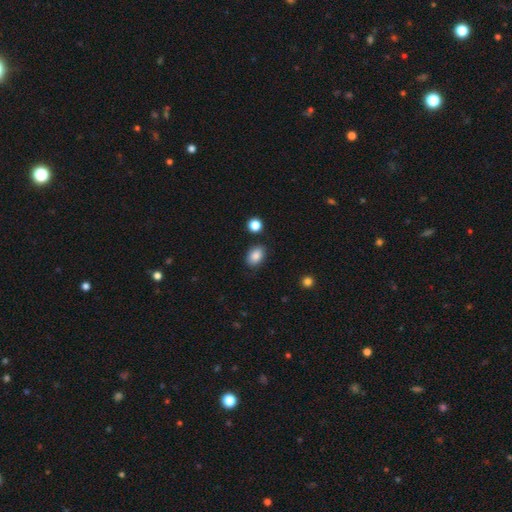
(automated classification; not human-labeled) Smooth or featured? smooth (87%)
How rounded? in between (82%)
Merging? none (83%)